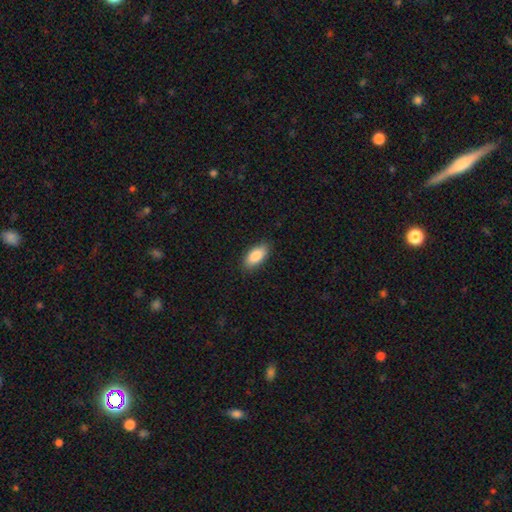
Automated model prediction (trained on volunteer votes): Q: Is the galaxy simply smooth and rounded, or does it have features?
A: smooth — 87%.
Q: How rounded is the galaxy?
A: in between — 91%.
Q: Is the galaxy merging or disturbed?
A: none — 87%.